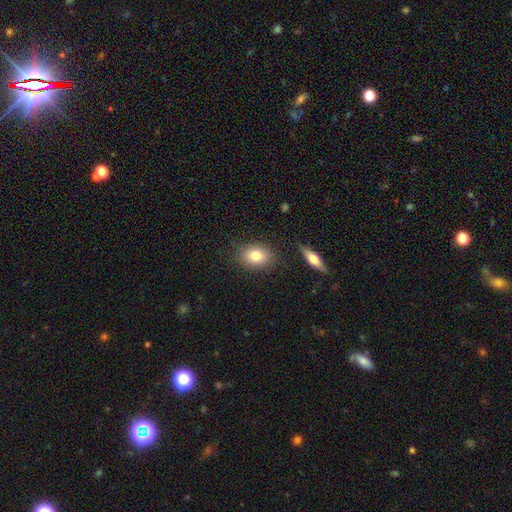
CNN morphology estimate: type=smooth (80%); roundness=in between (75%); merging=none (83%).